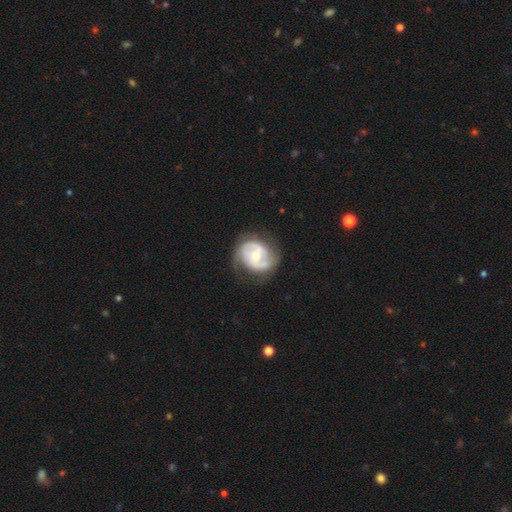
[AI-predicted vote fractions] smooth-or-featured: featured or disk: 79% | smooth: 17% | star or artifact: 5%
  disk-edge-on: no: 98% | yes: 2%
    bar: no: 46% | weak: 41% | strong: 13%
    has-spiral-arms: yes: 87% | no: 13%
      spiral-winding: medium: 43% | tight: 38% | loose: 19%
      spiral-arm-count: 2: 73% | can't tell: 13% | 3: 6% | 1: 5% | 4: 2% | more than 4: 2%
    bulge-size: moderate: 67% | small: 26% | large: 5% | none: 1% | dominant: 1%
  merging: none: 62% | minor disturbance: 24% | major disturbance: 12% | merger: 2%